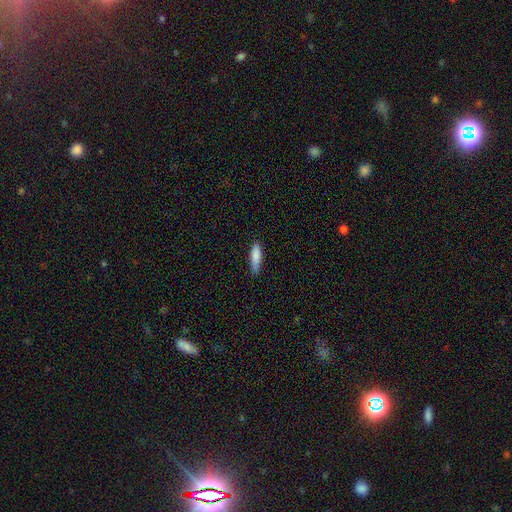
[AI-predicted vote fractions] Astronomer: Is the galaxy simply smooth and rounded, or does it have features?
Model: smooth — 84%.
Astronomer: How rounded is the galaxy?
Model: cigar-shaped — 65%.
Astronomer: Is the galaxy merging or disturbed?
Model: none — 76%.